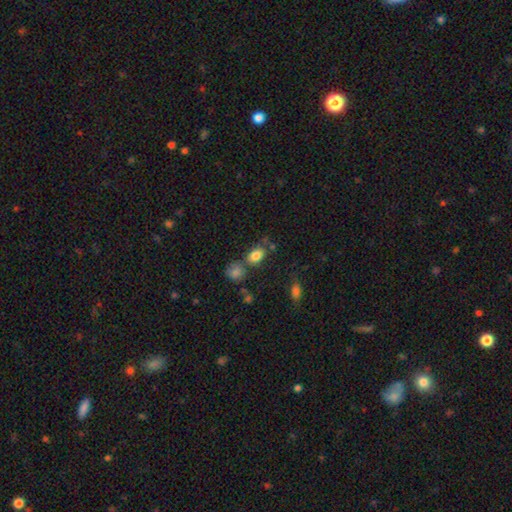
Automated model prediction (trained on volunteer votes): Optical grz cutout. It shows a smooth galaxy with no disk features (83%) that is in between round and cigar-shaped (83%). Merging: none (60%).